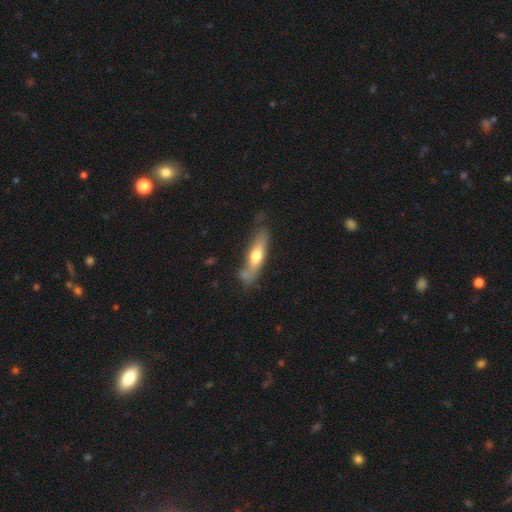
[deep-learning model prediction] The model was most divided on "smooth or featured": smooth: 57%, featured or disk: 37%, star or artifact: 6%. More confident: how rounded — cigar-shaped (68%); merging — none (61%).